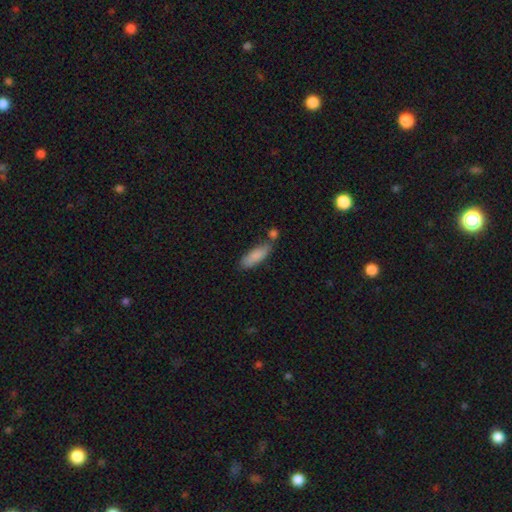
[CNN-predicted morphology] A smooth galaxy with no disk features (84%) that is in between round and cigar-shaped (57%). Merging: none (55%).